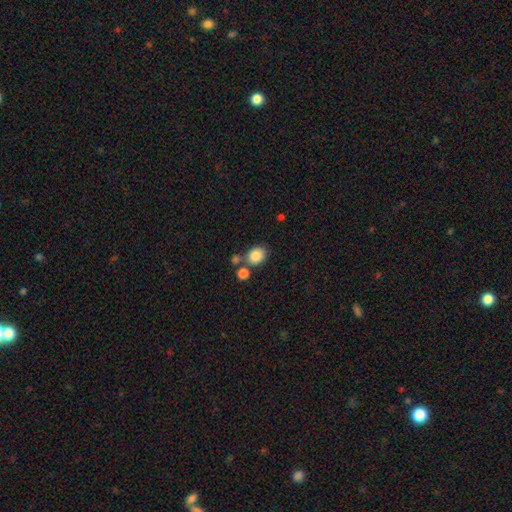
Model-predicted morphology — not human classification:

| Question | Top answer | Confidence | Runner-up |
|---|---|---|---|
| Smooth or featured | smooth | 85% | star or artifact (9%) |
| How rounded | in between | 52% | round (47%) |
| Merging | none | 63% | merger (21%) |